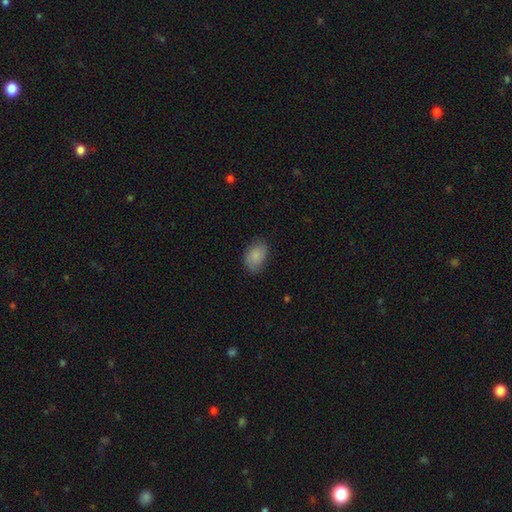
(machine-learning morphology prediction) Smooth or featured? Predicted: smooth (p=0.85). How rounded? Predicted: in between (p=0.85). Merging? Predicted: none (p=0.77).